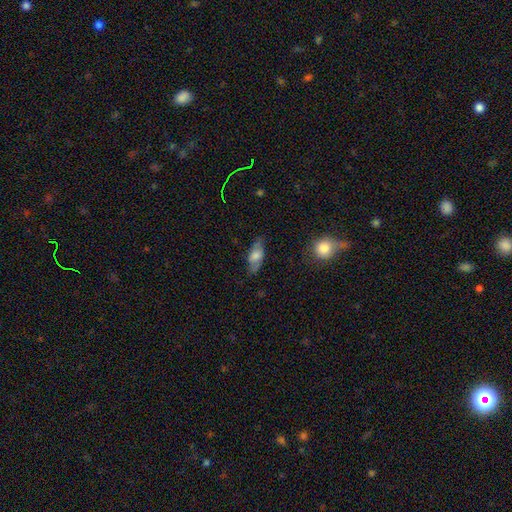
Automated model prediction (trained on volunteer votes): smooth-or-featured: smooth: 59% | featured or disk: 33% | star or artifact: 7%
  how-rounded: in between: 76% | cigar-shaped: 20% | round: 4%
  merging: none: 74% | minor disturbance: 19% | major disturbance: 6% | merger: 2%